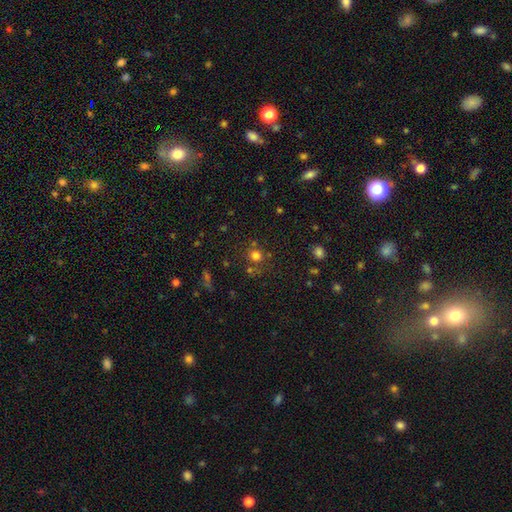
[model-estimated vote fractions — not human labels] Smooth or featured?
  - smooth: 71% *
  - star or artifact: 21%
  - featured or disk: 7%
How rounded?
  - round: 88% *
  - in between: 11%
  - cigar-shaped: 1%
Merging?
  - none: 72% *
  - merger: 12%
  - minor disturbance: 11%
  - major disturbance: 5%